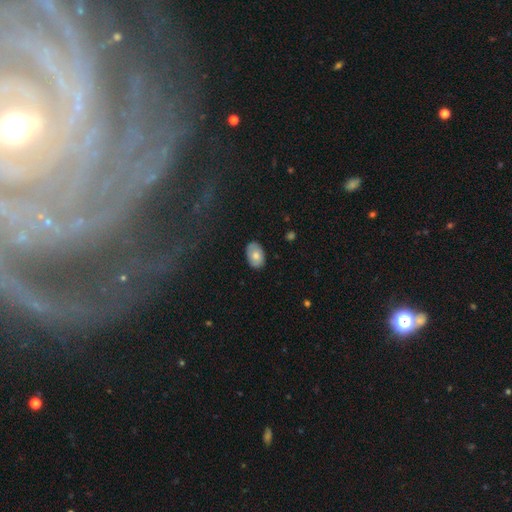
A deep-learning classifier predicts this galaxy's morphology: The model was most divided on "smooth or featured": smooth: 73%, featured or disk: 20%, star or artifact: 7%. More confident: how rounded — in between (88%); merging — none (82%).